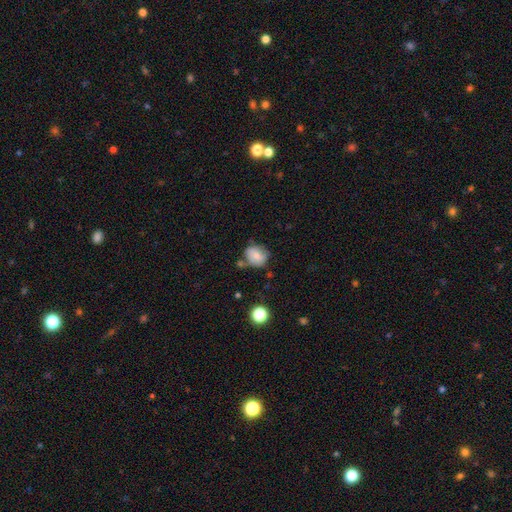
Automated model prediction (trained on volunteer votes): Smooth or featured?
  - smooth: 73% *
  - featured or disk: 17%
  - star or artifact: 10%
How rounded?
  - round: 70% *
  - in between: 29%
  - cigar-shaped: 1%
Merging?
  - none: 60% *
  - minor disturbance: 23%
  - merger: 11%
  - major disturbance: 6%